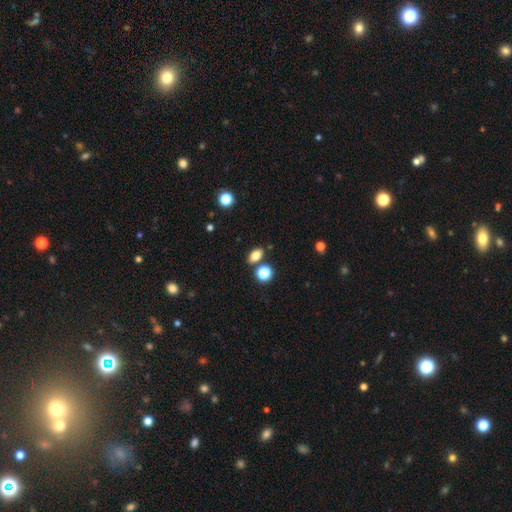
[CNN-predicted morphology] type=smooth (78%); roundness=in between (81%); merging=none (79%).